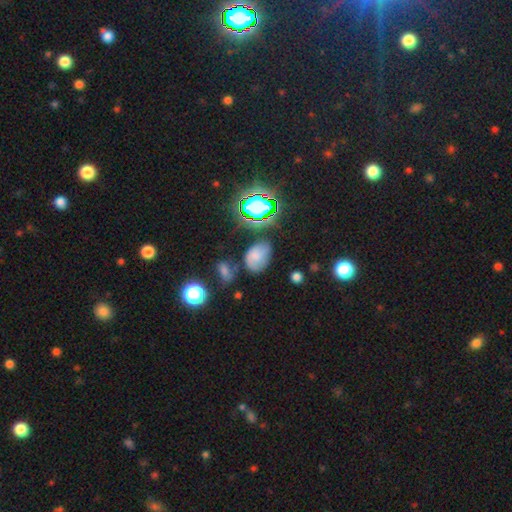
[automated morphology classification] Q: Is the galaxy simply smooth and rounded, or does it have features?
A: smooth — 58%.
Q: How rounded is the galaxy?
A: in between — 75%.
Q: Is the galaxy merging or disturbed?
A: none — 51%.